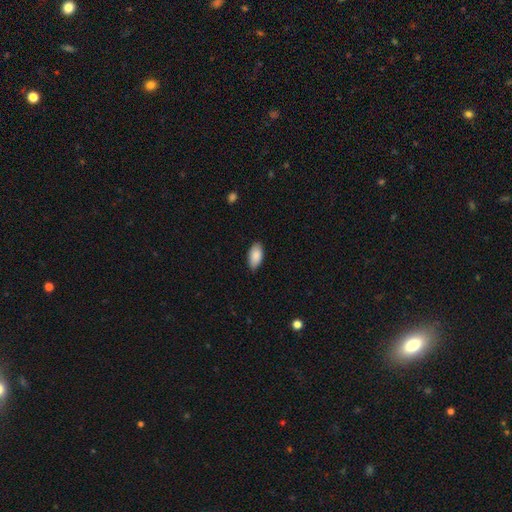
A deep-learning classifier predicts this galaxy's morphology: Smooth or featured?
  - smooth: 88% *
  - star or artifact: 6%
  - featured or disk: 5%
How rounded?
  - in between: 94% *
  - cigar-shaped: 4%
  - round: 2%
Merging?
  - none: 84% *
  - minor disturbance: 13%
  - major disturbance: 2%
  - merger: 1%